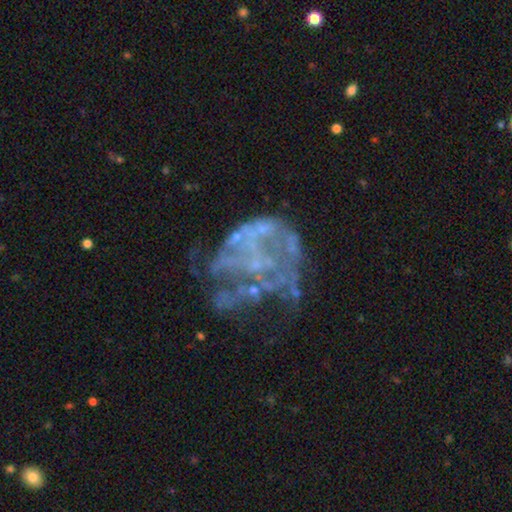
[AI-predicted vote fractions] smooth-or-featured: featured or disk: 69% | star or artifact: 17% | smooth: 15%
  disk-edge-on: no: 98% | yes: 2%
    bar: no: 90% | weak: 7% | strong: 3%
    has-spiral-arms: no: 85% | yes: 15%
    bulge-size: none: 78% | small: 14% | moderate: 5% | large: 1% | dominant: 1%
  merging: major disturbance: 40% | none: 34% | minor disturbance: 17% | merger: 8%